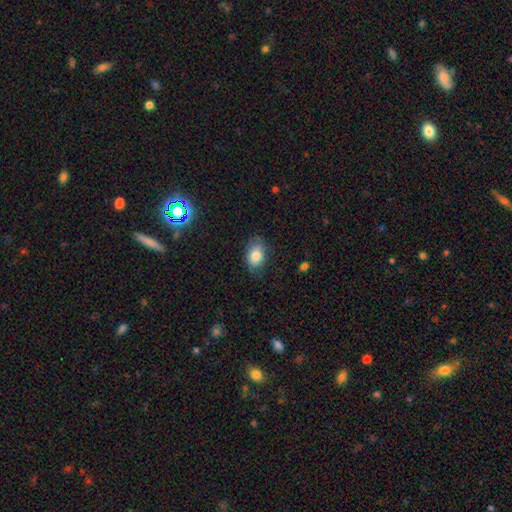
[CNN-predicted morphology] A smooth galaxy with no disk features (81%) that is in between round and cigar-shaped (83%). Merging: none (76%).